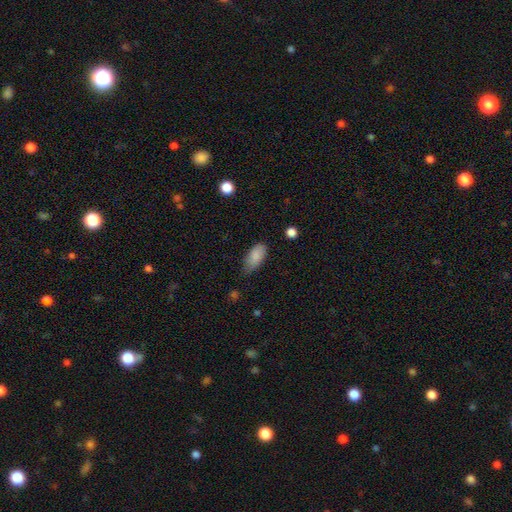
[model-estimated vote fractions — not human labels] Smooth or featured? smooth (86%)
How rounded? in between (90%)
Merging? none (59%)